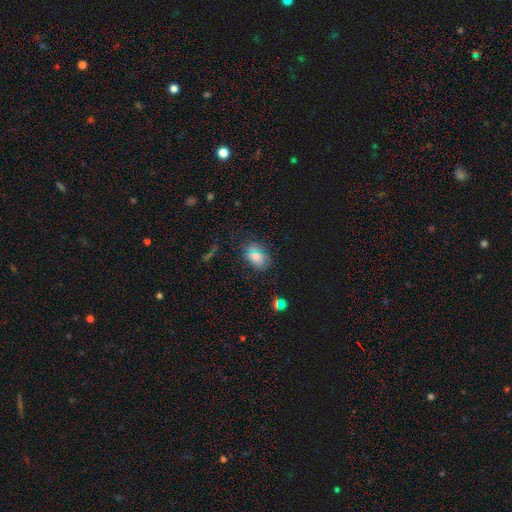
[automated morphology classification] A smooth galaxy with no disk features (65%) that is in between round and cigar-shaped (73%). Merging: none (79%).